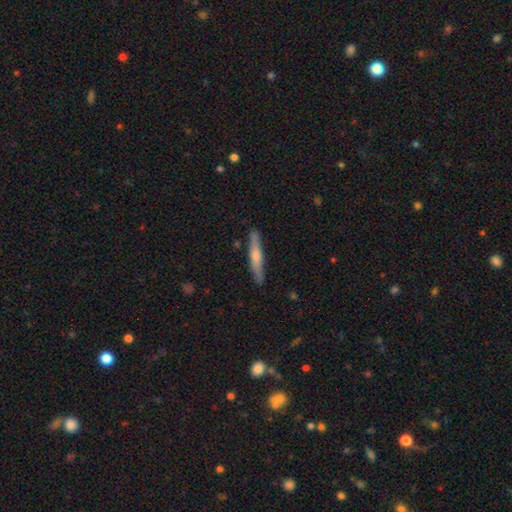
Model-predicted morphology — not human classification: A featured or disk galaxy (51%) viewed edge-on (95%).

Vote fractions:
- Smooth or featured? featured or disk: 51% / smooth: 43% / star or artifact: 6%
- Edge-on disk? yes: 95% / no: 5%
- Merging? none: 88% / minor disturbance: 9% / major disturbance: 2% / merger: 1%